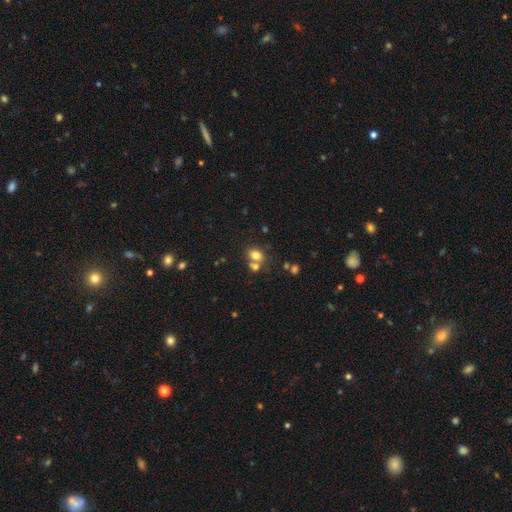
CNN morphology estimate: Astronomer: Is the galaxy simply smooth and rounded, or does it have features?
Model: smooth — 75%.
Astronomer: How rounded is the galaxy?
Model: in between — 61% (runner-up: round, 38%).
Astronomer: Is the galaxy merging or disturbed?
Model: none — 48% (runner-up: merger, 37%).